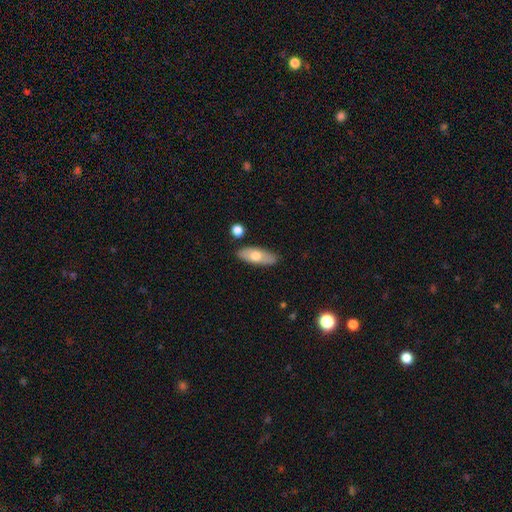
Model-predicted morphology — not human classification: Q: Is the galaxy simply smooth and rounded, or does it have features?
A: smooth — 65%.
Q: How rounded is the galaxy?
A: in between — 71%.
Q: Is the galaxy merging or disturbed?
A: none — 84%.